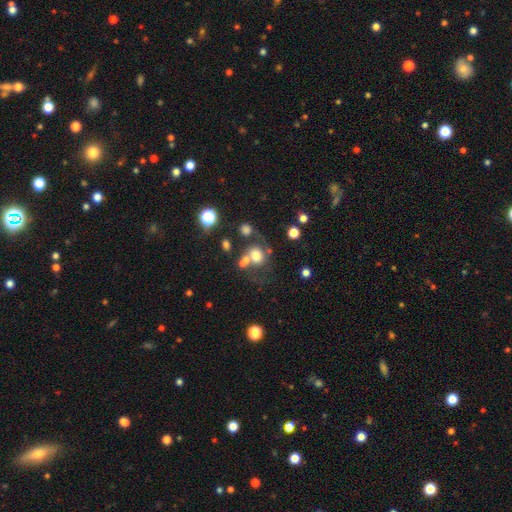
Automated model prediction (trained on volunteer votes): Smooth or featured: smooth — 64% (featured or disk — 22%)
How rounded: round — 68% (in between — 31%)
Merging: none — 40% (merger — 30%)